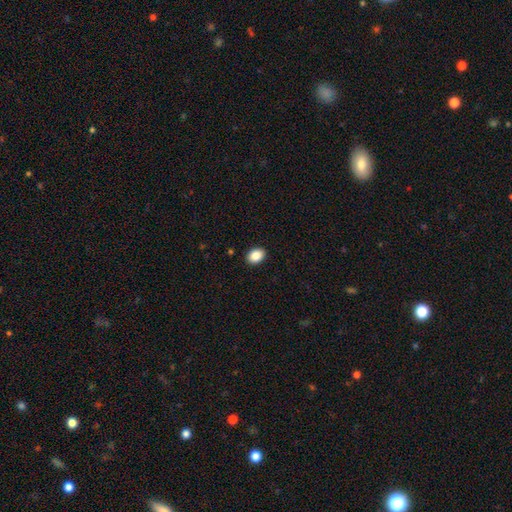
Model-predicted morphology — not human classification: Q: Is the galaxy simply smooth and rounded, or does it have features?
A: smooth — 88%.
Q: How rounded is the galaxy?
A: in between — 72%.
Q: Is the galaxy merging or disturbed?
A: none — 91%.